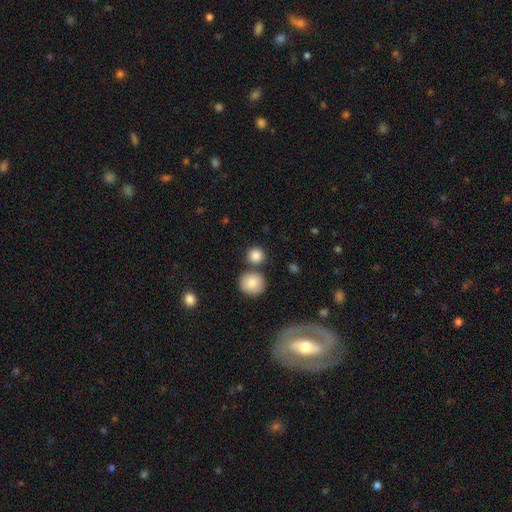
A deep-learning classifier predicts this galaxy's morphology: smooth 86%, star or artifact 9%, featured or disk 5%. Down the decision tree: how rounded — round (91%); merging — none (72%).